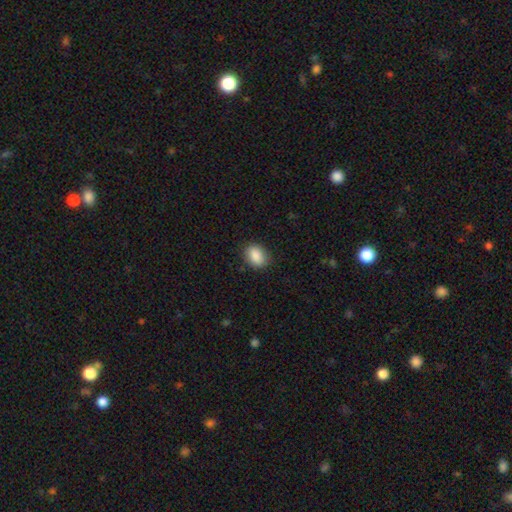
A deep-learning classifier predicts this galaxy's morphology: A smooth galaxy with no disk features (88%) that is in between round and cigar-shaped (72%).

Vote fractions:
- Smooth or featured? smooth: 88% / star or artifact: 8% / featured or disk: 4%
- How rounded? in between: 72% / round: 27% / cigar-shaped: 1%
- Merging? none: 85% / minor disturbance: 12% / major disturbance: 3% / merger: 1%